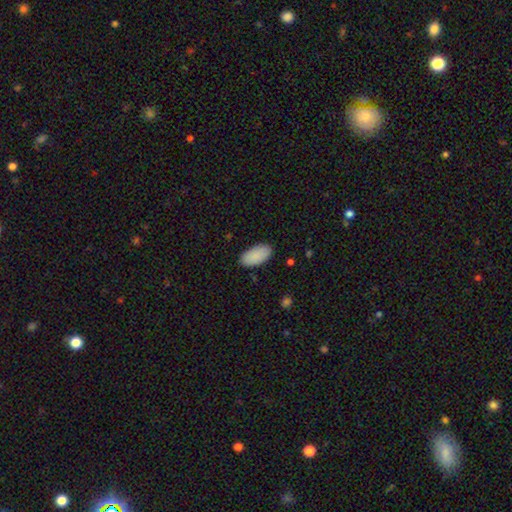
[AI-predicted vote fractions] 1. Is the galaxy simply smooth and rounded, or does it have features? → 89% smooth, 6% star or artifact, 5% featured or disk.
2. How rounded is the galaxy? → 96% in between, 3% cigar-shaped, 2% round.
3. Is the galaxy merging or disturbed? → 86% none, 10% minor disturbance, 2% major disturbance, 1% merger.